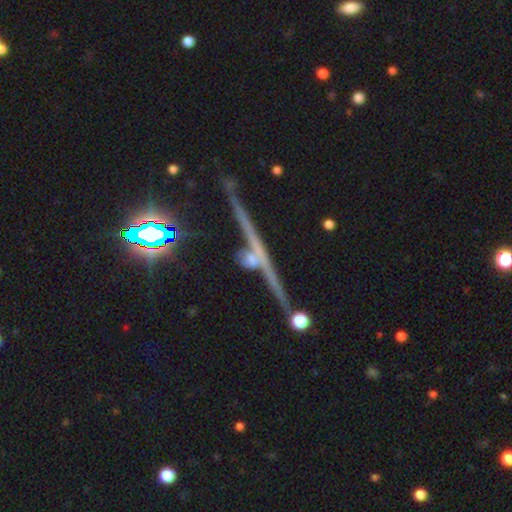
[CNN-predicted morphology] A featured or disk galaxy (52%) viewed edge-on (89%). Merging: none (72%).